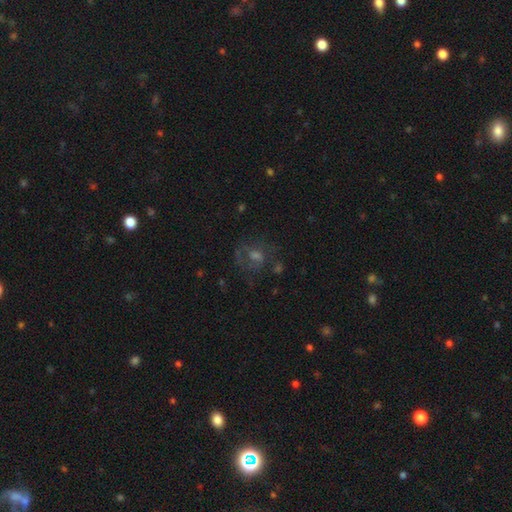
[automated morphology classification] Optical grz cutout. It shows a featured or disk galaxy (47%). Merging: none (57%).